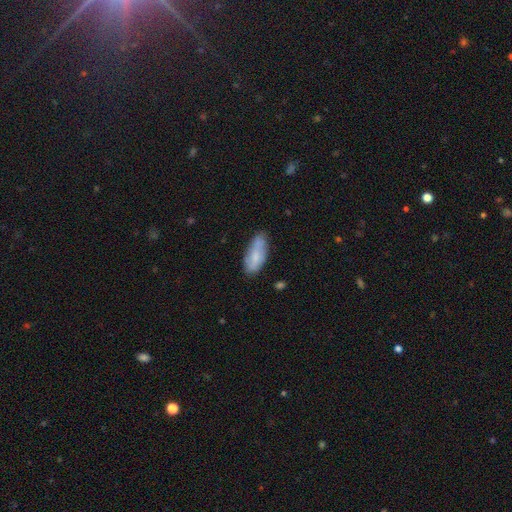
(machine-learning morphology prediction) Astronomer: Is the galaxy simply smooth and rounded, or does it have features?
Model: smooth — 69%.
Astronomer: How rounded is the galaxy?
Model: in between — 81%.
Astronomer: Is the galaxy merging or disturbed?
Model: none — 69%.